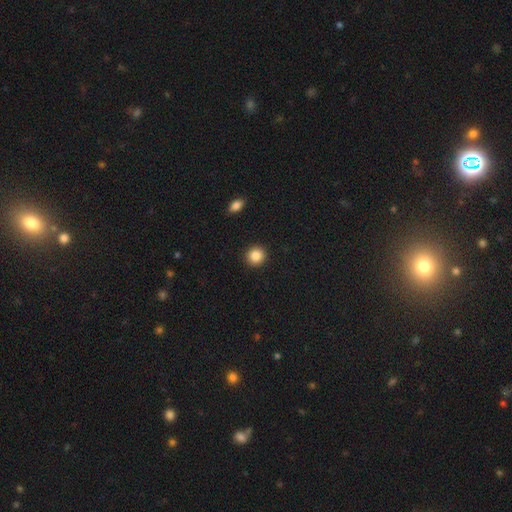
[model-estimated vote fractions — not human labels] Overall: smooth (87%). How rounded: round (93%). Merging: none (92%).